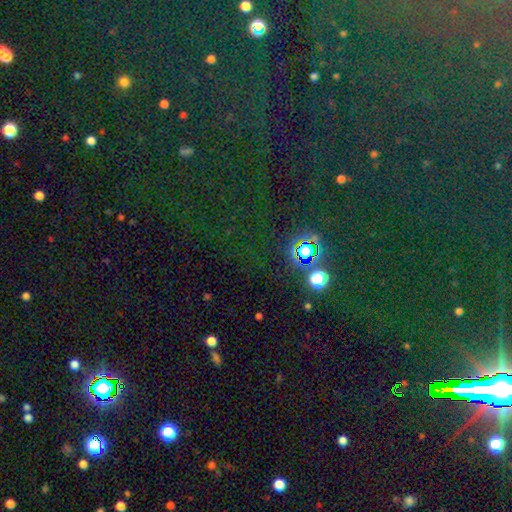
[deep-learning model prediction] Smooth or featured? star or artifact (80%)